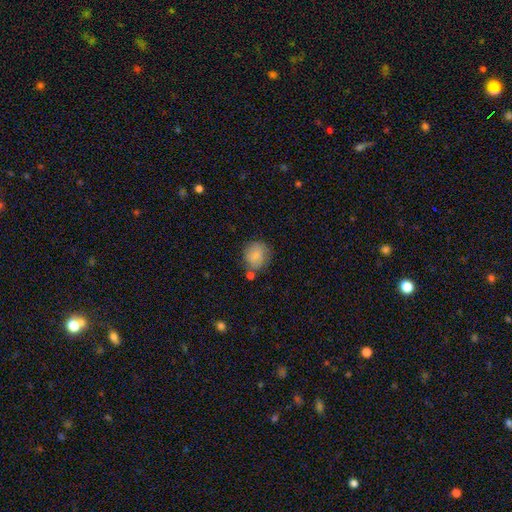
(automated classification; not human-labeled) Smooth or featured? smooth (78%)
How rounded? round (74%)
Merging? none (63%)